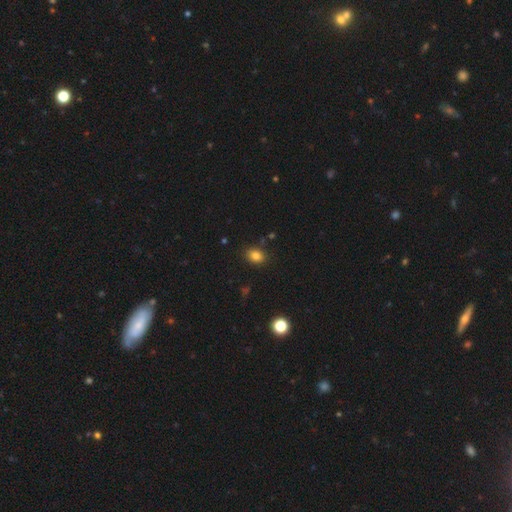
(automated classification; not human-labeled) smooth_or_featured: smooth (p=0.82) [alt: star or artifact p=0.12]
how_rounded: in between (p=0.61) [alt: round p=0.38]
merging: none (p=0.85) [alt: minor disturbance p=0.10]